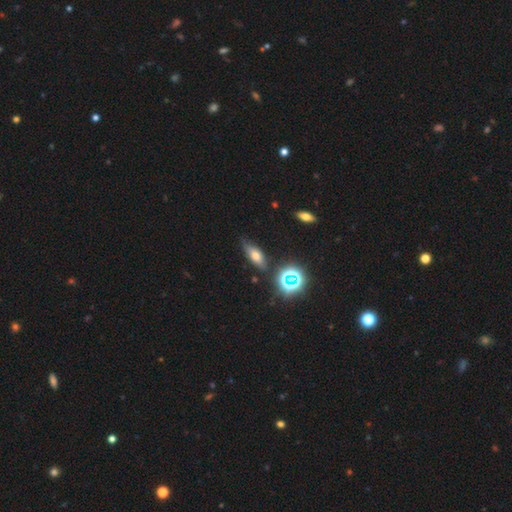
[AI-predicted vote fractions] Smooth or featured: smooth — 60% (star or artifact — 20%)
How rounded: in between — 68% (cigar-shaped — 24%)
Merging: none — 75% (minor disturbance — 17%)